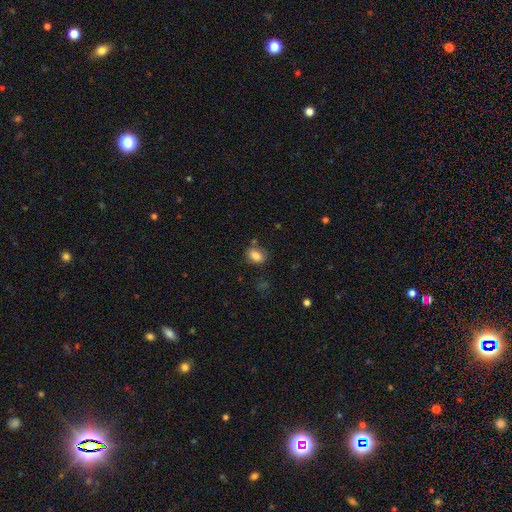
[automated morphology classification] Smooth or featured? smooth (83%)
How rounded? in between (80%)
Merging? none (67%)